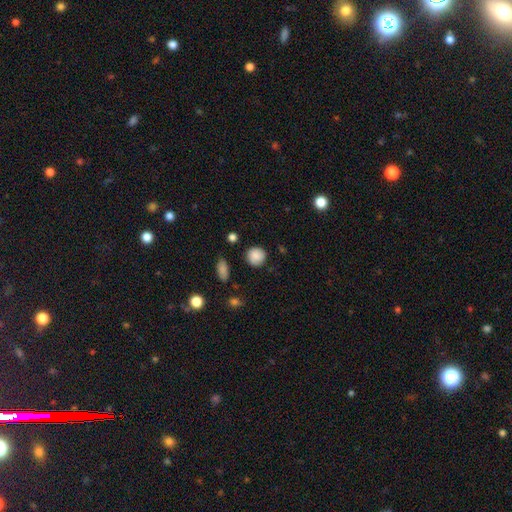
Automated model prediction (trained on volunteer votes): This is clearly a smooth galaxy (86%). How rounded: clearly round (89%). Merging: clearly none (84%).